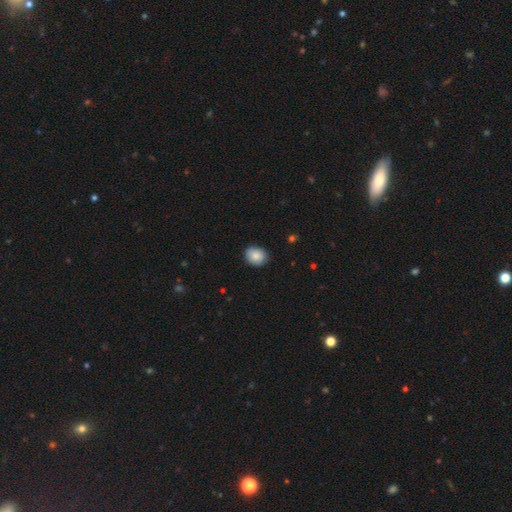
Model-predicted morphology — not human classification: This appears to be a smooth galaxy with no disk features (85%) that is round (64%). Merging: none (83%).